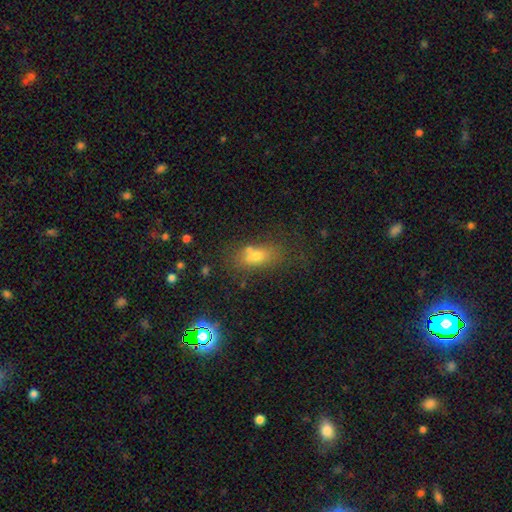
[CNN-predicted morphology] Smooth or featured?
  - smooth: 60% *
  - star or artifact: 20%
  - featured or disk: 20%
How rounded?
  - in between: 71% *
  - round: 20%
  - cigar-shaped: 10%
Merging?
  - none: 53% *
  - merger: 24%
  - minor disturbance: 15%
  - major disturbance: 8%